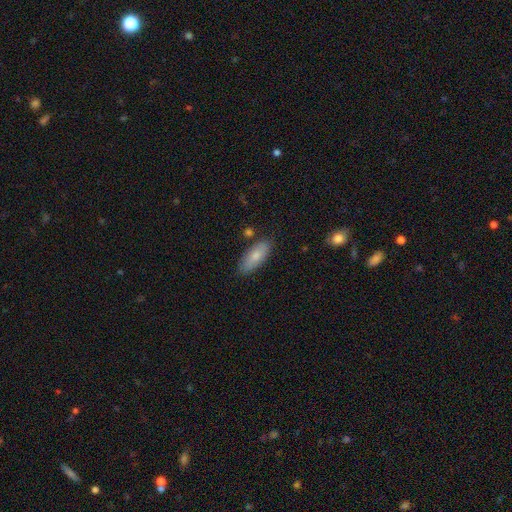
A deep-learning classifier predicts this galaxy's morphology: Overall: smooth (78%). How rounded: in between (79%). Merging: none (82%).